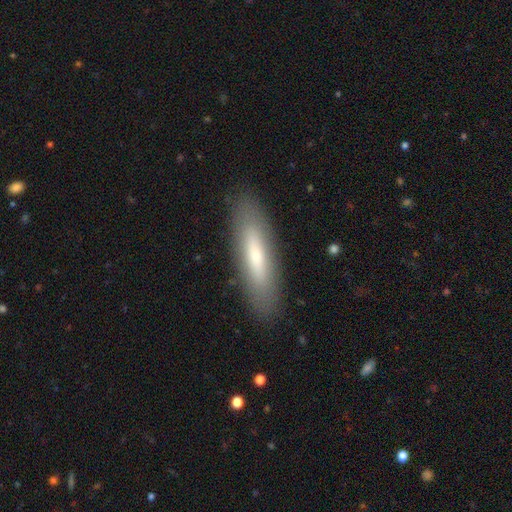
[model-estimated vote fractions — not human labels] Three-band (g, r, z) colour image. It shows a smooth galaxy with no disk features (64%) that is cigar-shaped (67%). Merging: none (88%).